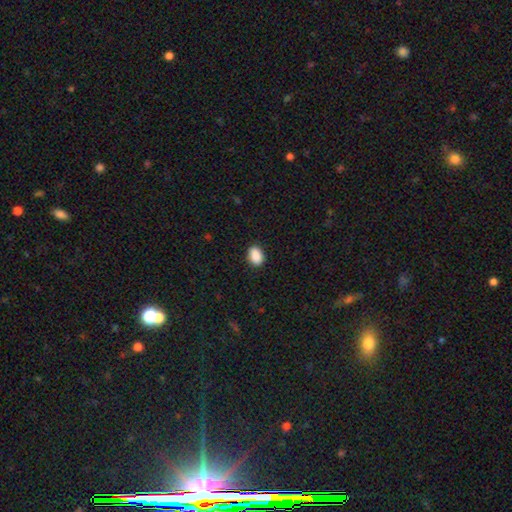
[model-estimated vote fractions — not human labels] This appears to be a smooth galaxy with no disk features (90%) that is in between round and cigar-shaped (82%). Merging: none (88%).